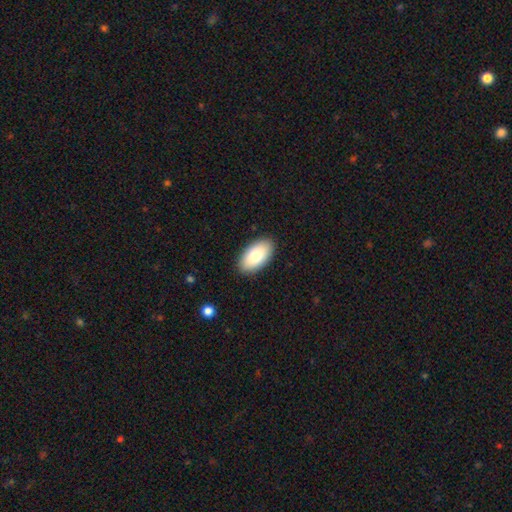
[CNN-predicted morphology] Smooth or featured? smooth (84%)
How rounded? in between (96%)
Merging? none (89%)